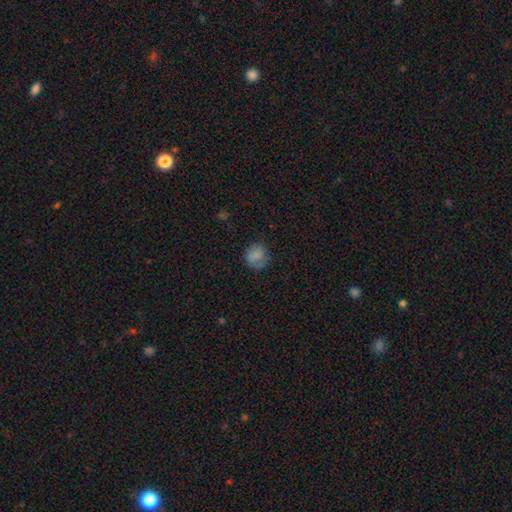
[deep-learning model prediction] smooth_or_featured: smooth (p=0.77) [alt: featured or disk p=0.12]
how_rounded: round (p=0.79) [alt: in between p=0.20]
merging: none (p=0.70) [alt: minor disturbance p=0.21]